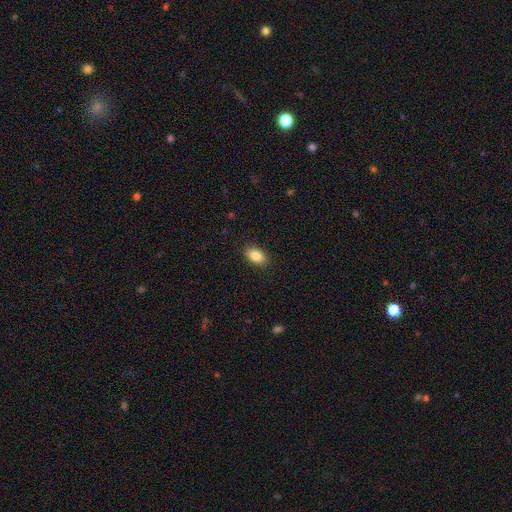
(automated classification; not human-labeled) A smooth galaxy with no disk features (85%) that is in between round and cigar-shaped (90%). Merging: none (89%).